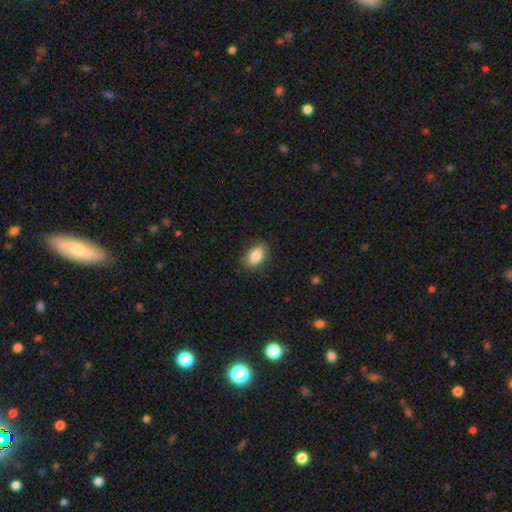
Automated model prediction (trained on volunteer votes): A smooth galaxy with no disk features (86%) that is in between round and cigar-shaped (87%).

Vote fractions:
- Smooth or featured? smooth: 86% / star or artifact: 7% / featured or disk: 7%
- How rounded? in between: 87% / round: 12% / cigar-shaped: 1%
- Merging? none: 82% / minor disturbance: 14% / major disturbance: 3% / merger: 1%